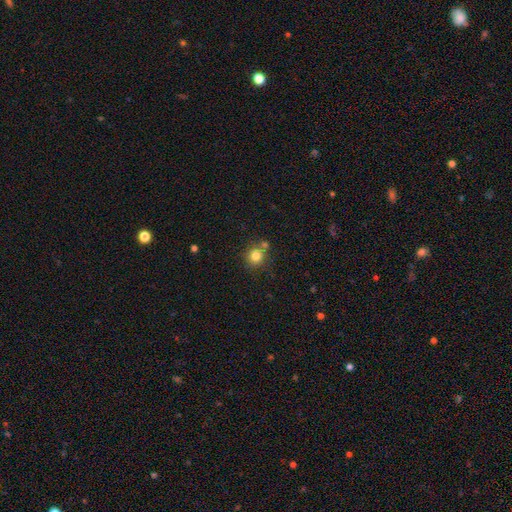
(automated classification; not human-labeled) smooth 81%, star or artifact 12%, featured or disk 7%. Down the decision tree: how rounded — round (88%); merging — none (69%).